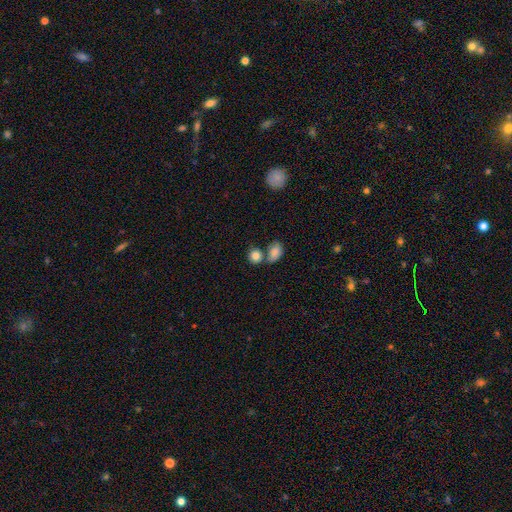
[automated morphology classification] Smooth or featured?
  - smooth: 84% *
  - star or artifact: 9%
  - featured or disk: 7%
How rounded?
  - round: 70% *
  - in between: 29%
  - cigar-shaped: 1%
Merging?
  - none: 50% *
  - merger: 36%
  - minor disturbance: 11%
  - major disturbance: 4%